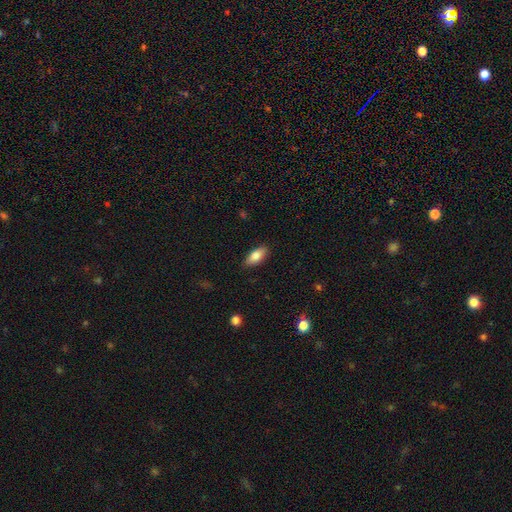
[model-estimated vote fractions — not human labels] smooth 82%, featured or disk 11%, star or artifact 7%. Down the decision tree: how rounded — in between (85%); merging — none (86%).